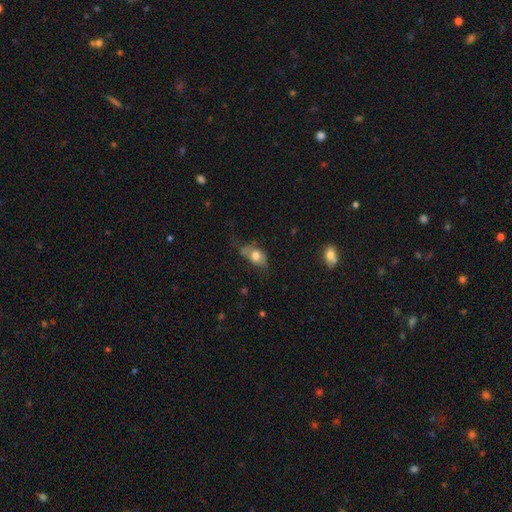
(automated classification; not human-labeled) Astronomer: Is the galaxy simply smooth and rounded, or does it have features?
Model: smooth — 69%.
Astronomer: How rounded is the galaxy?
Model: in between — 80%.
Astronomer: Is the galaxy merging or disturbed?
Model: minor disturbance — 33% (runner-up: none, 32%).